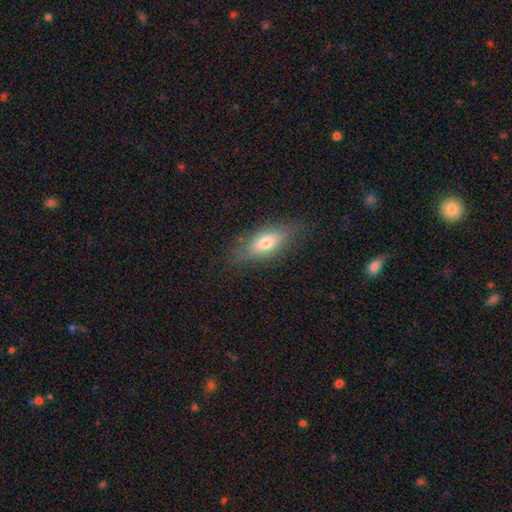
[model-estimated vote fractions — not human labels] This appears to be a smooth galaxy with no disk features (59%) that is in between round and cigar-shaped (63%). Merging: none (80%).